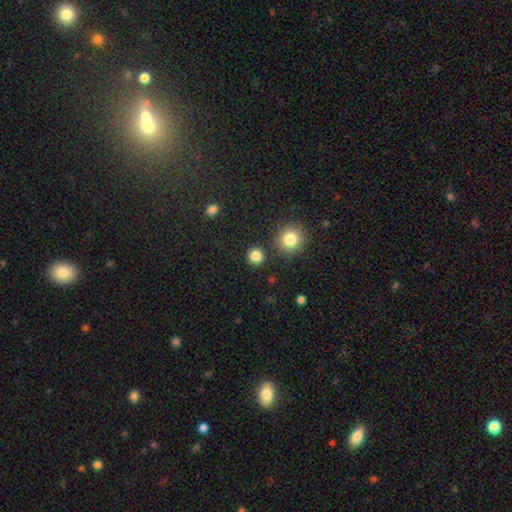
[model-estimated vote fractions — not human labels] This appears to be a smooth galaxy with no disk features (84%) that is round (91%). Merging: none (87%).